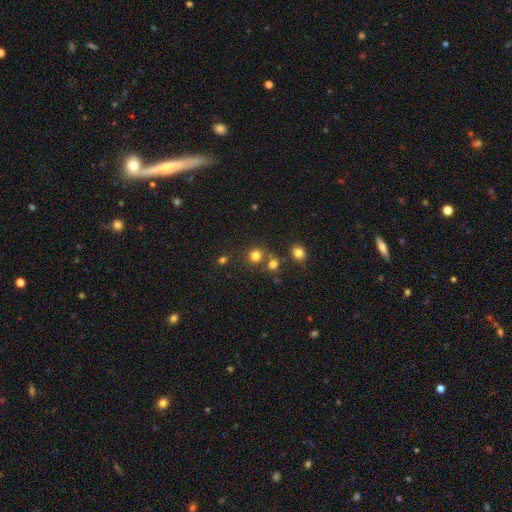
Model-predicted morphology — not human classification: Smooth or featured? Predicted: smooth (p=0.76). How rounded? Predicted: round (p=0.88). Merging? Predicted: none (p=0.72).